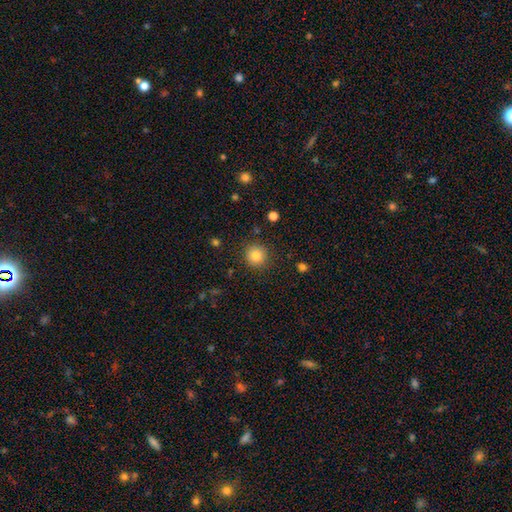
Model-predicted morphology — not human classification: This is clearly a smooth galaxy (83%). How rounded: clearly round (93%). Merging: clearly none (89%).